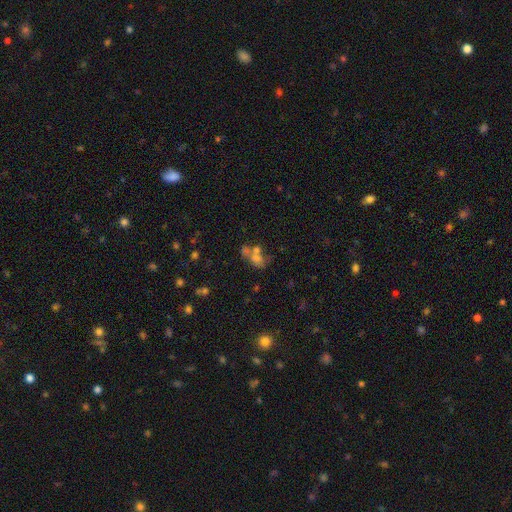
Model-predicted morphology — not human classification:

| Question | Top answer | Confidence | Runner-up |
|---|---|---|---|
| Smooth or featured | smooth | 54% | featured or disk (28%) |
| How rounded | in between | 64% | round (32%) |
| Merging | merger | 54% | none (25%) |